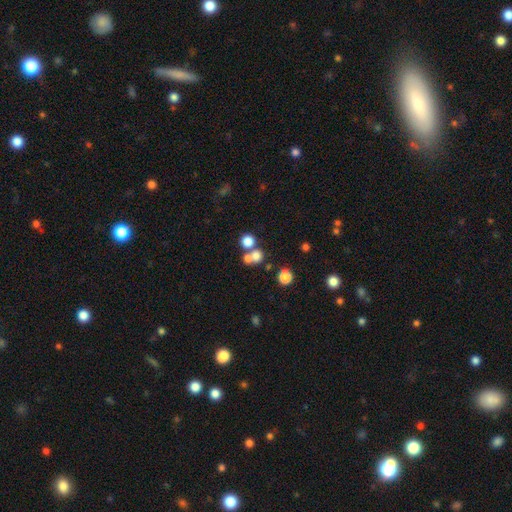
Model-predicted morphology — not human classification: Smooth or featured? Predicted: smooth (p=0.71). How rounded? Predicted: round (p=0.85). Merging? Predicted: none (p=0.47).